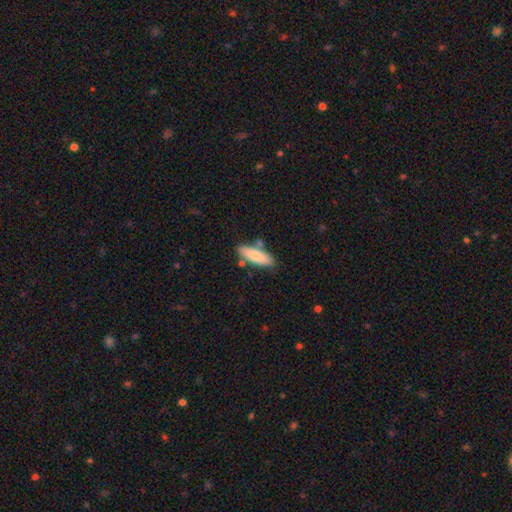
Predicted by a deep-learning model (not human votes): Morphology: type=smooth (78%); roundness=in between (51%); merging=none (76%).